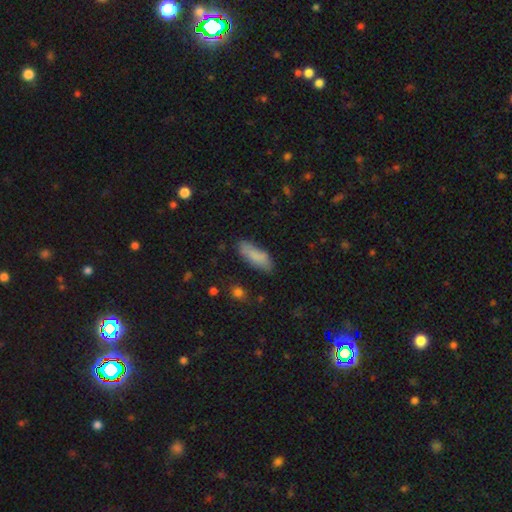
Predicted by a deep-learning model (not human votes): A smooth galaxy with no disk features (83%) that is in between round and cigar-shaped (62%). Merging: none (74%).